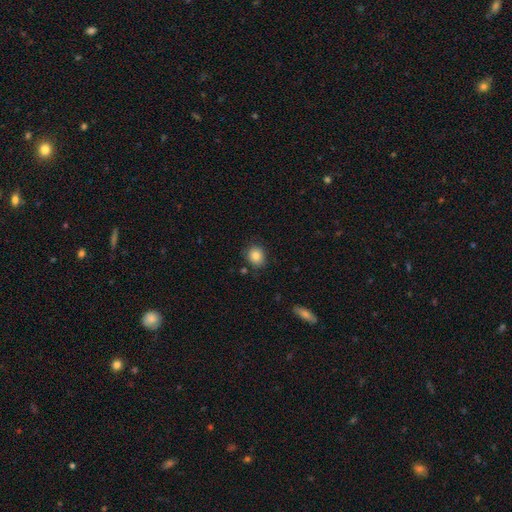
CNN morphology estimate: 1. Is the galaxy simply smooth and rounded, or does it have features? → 85% smooth, 9% star or artifact, 6% featured or disk.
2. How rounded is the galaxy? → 69% round, 30% in between, 1% cigar-shaped.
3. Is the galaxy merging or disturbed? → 82% none, 12% minor disturbance, 3% major disturbance, 2% merger.